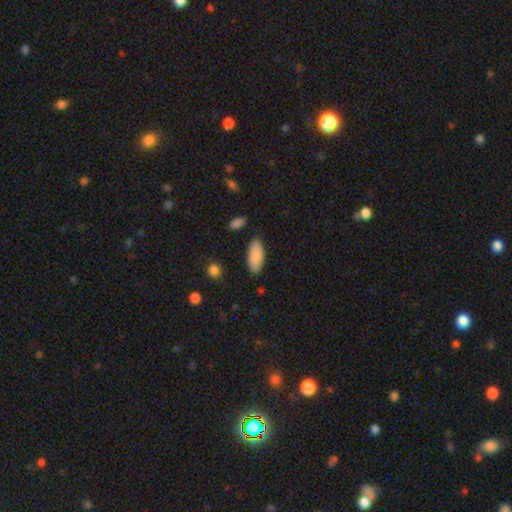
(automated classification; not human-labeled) Q: Smooth or featured?
A: smooth (87%); runner-up: featured or disk (7%)
Q: How rounded?
A: in between (86%); runner-up: cigar-shaped (13%)
Q: Merging?
A: none (85%); runner-up: minor disturbance (10%)